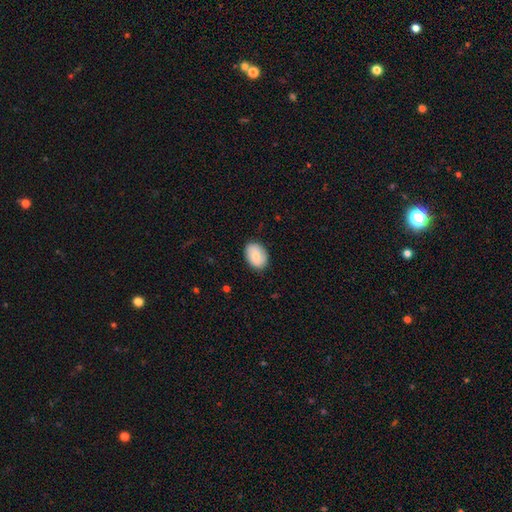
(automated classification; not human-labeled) A smooth galaxy with no disk features (80%) that is in between round and cigar-shaped (77%). Merging: none (86%).